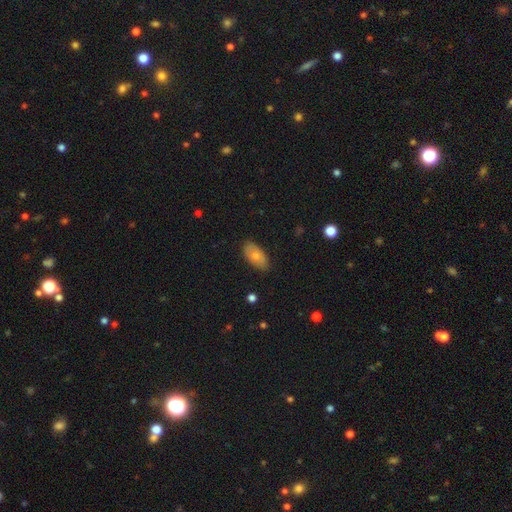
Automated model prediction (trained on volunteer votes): Smooth or featured?
  - smooth: 74% *
  - featured or disk: 20%
  - star or artifact: 7%
How rounded?
  - in between: 93% *
  - cigar-shaped: 4%
  - round: 4%
Merging?
  - none: 81% *
  - minor disturbance: 15%
  - major disturbance: 3%
  - merger: 1%